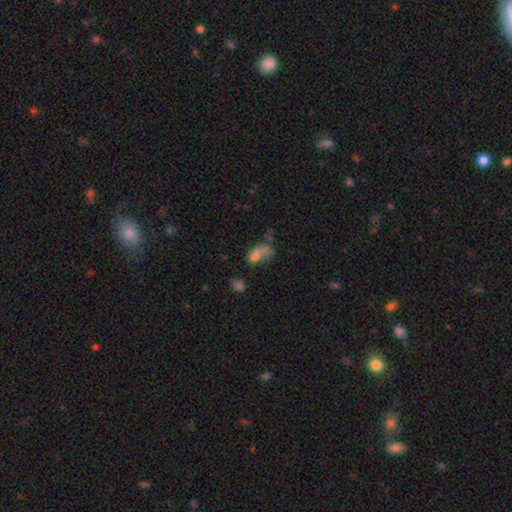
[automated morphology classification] smooth 65%, featured or disk 22%, star or artifact 13%. Down the decision tree: how rounded — in between (73%); merging — merger (52%).